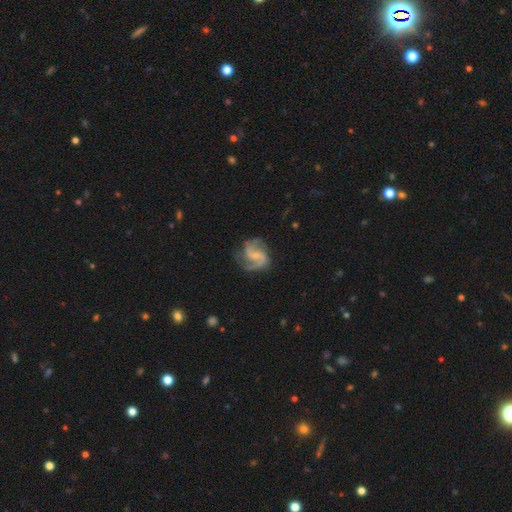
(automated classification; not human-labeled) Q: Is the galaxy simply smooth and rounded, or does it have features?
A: featured or disk — 89%.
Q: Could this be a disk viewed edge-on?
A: no — 98%.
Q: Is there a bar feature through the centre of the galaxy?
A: weak — 49%.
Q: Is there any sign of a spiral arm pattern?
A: yes — 98%.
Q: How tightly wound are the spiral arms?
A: medium — 56%.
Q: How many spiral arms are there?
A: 2 — 84%.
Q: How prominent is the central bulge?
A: small — 53%.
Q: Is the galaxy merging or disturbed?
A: none — 74%.